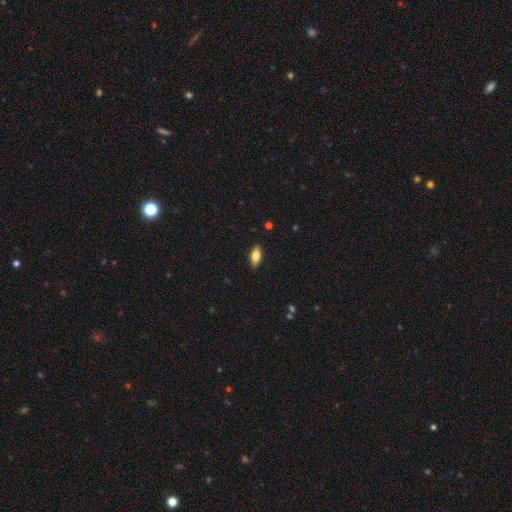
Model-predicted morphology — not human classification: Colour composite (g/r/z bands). It shows a smooth galaxy with no disk features (74%) that is in between round and cigar-shaped (84%). Merging: none (88%).